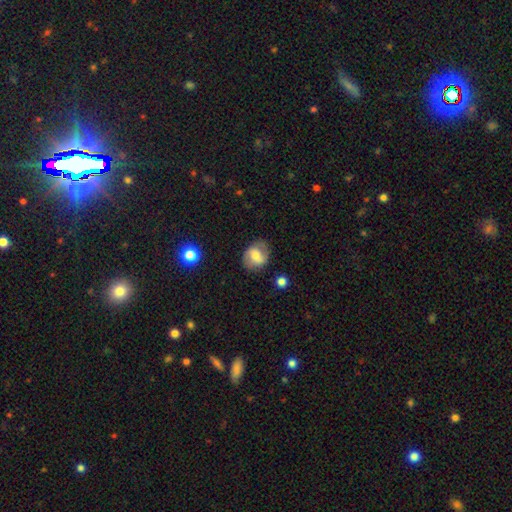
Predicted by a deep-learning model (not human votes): Smooth or featured? smooth (54%)
How rounded? round (54%)
Merging? none (74%)